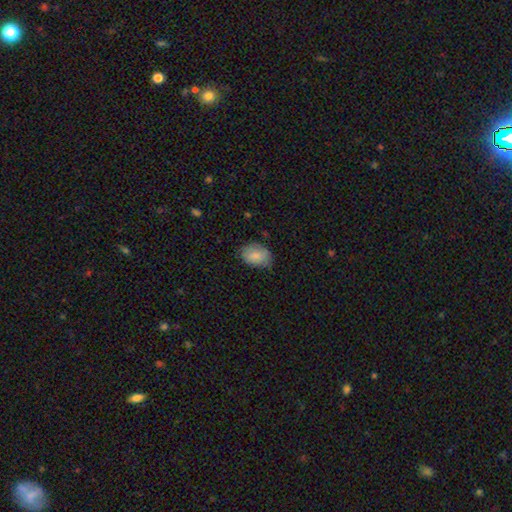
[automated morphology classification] A smooth galaxy with no disk features (83%) that is in between round and cigar-shaped (81%).

Vote fractions:
- Smooth or featured? smooth: 83% / featured or disk: 10% / star or artifact: 7%
- How rounded? in between: 81% / round: 18% / cigar-shaped: 1%
- Merging? none: 68% / minor disturbance: 26% / major disturbance: 5% / merger: 1%